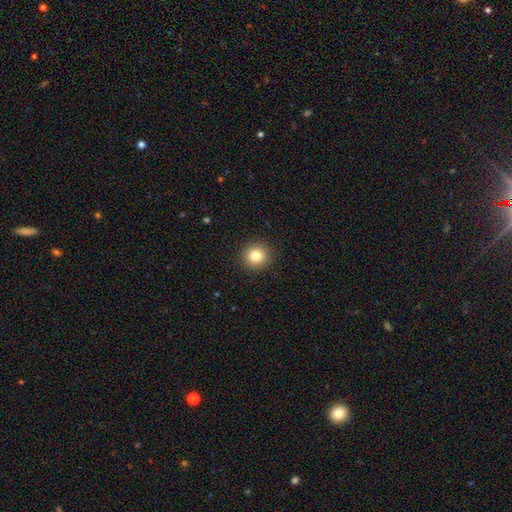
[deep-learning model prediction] This appears to be a smooth galaxy with no disk features (83%) that is round (93%). Merging: none (92%).